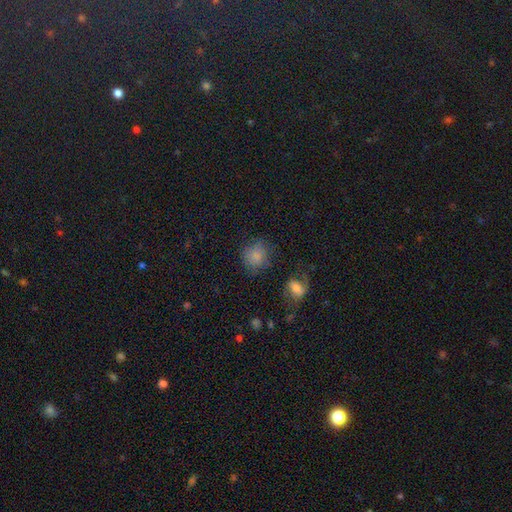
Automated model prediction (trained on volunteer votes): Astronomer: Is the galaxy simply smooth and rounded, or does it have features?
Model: smooth — 79%.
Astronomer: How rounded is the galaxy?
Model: round — 79%.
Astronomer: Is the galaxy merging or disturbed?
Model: none — 67%.